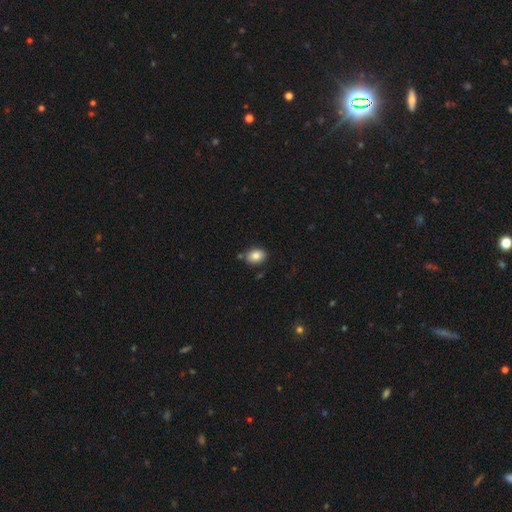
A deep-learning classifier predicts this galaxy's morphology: smooth_or_featured: smooth (p=0.85) [alt: star or artifact p=0.08]
how_rounded: in between (p=0.72) [alt: round p=0.27]
merging: none (p=0.78) [alt: minor disturbance p=0.13]